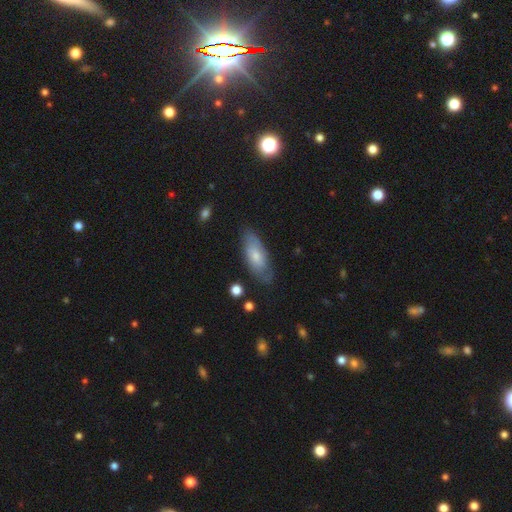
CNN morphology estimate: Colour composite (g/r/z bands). It shows a smooth galaxy with no disk features (57%) that is in between round and cigar-shaped (81%). Merging: none (72%).